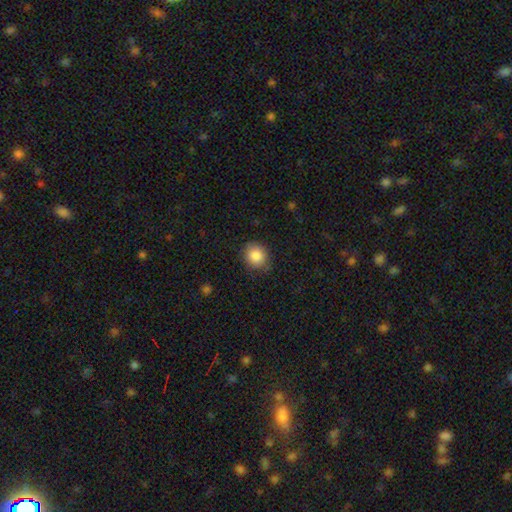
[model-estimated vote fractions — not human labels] Smooth or featured?
  - smooth: 86% *
  - star or artifact: 9%
  - featured or disk: 5%
How rounded?
  - round: 78% *
  - in between: 21%
  - cigar-shaped: 1%
Merging?
  - none: 83% *
  - minor disturbance: 13%
  - major disturbance: 3%
  - merger: 1%